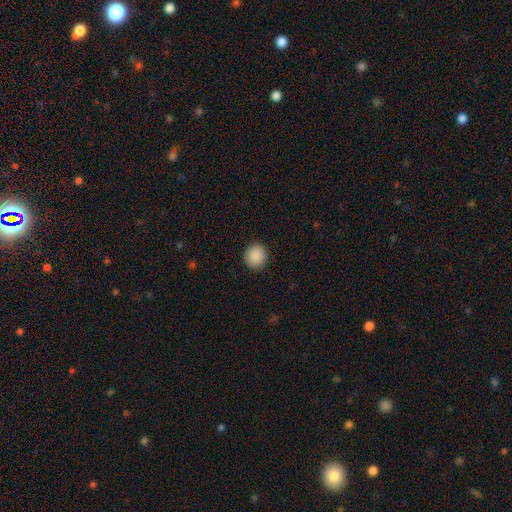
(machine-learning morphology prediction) This is clearly a smooth galaxy (90%). How rounded: clearly round (92%). Merging: clearly none (92%).